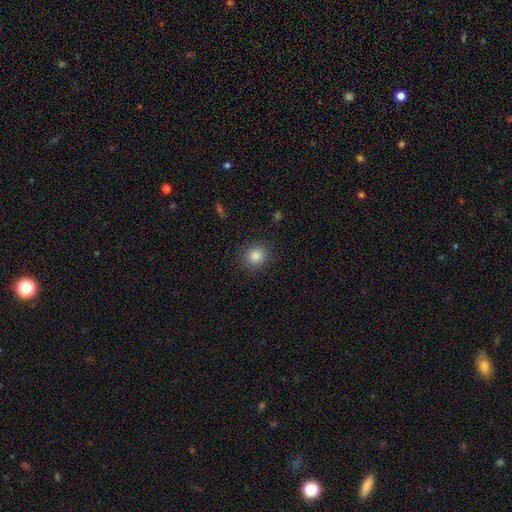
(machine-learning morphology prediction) This is clearly a smooth galaxy (86%). How rounded: clearly round (83%). Merging: clearly none (88%).